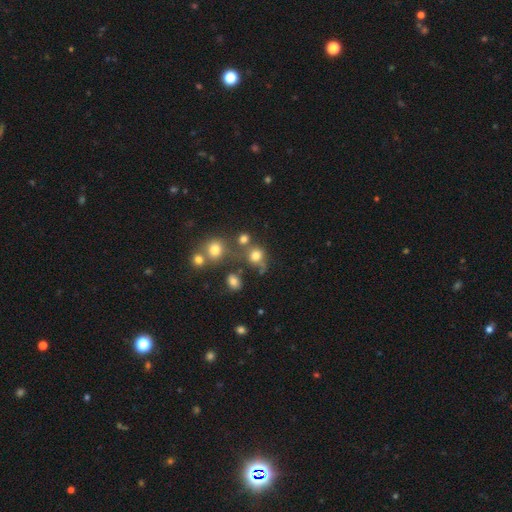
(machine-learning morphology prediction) Q: Smooth or featured?
A: smooth (74%); runner-up: star or artifact (16%)
Q: How rounded?
A: round (80%); runner-up: in between (19%)
Q: Merging?
A: none (51%); runner-up: merger (24%)